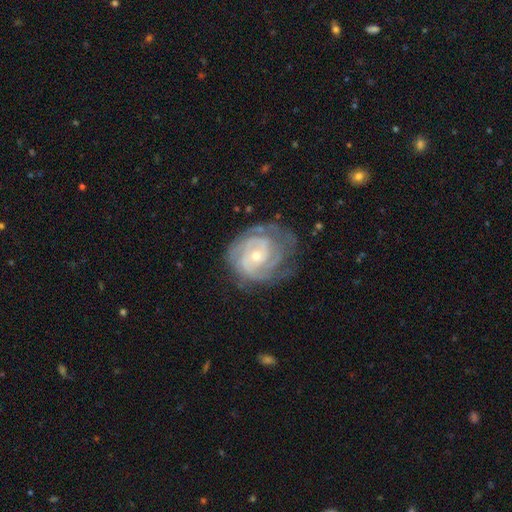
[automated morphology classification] smooth-or-featured: featured or disk: 86% | smooth: 9% | star or artifact: 5%
  disk-edge-on: no: 98% | yes: 2%
    bar: no: 64% | weak: 29% | strong: 6%
    has-spiral-arms: yes: 95% | no: 5%
      spiral-winding: tight: 67% | medium: 27% | loose: 5%
      spiral-arm-count: 2: 30% | can't tell: 29% | 3: 23% | 4: 8% | 1: 5% | more than 4: 5%
    bulge-size: small: 58% | moderate: 38% | large: 2% | none: 1% | dominant: 1%
  merging: none: 64% | minor disturbance: 22% | major disturbance: 12% | merger: 1%